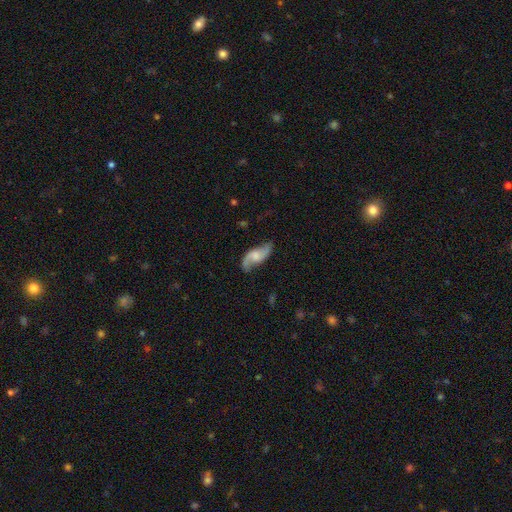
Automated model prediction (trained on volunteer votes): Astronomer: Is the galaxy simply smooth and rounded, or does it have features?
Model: featured or disk — 78%.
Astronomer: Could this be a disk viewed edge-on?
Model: no — 95%.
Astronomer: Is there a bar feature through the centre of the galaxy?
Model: no — 52% (runner-up: weak, 39%).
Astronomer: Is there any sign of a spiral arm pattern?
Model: yes — 95%.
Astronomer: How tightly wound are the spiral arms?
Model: loose — 72%.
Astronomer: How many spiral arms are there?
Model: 2 — 92%.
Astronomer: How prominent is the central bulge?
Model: moderate — 34% (runner-up: small, 28%).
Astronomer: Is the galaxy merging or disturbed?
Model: none — 75%.